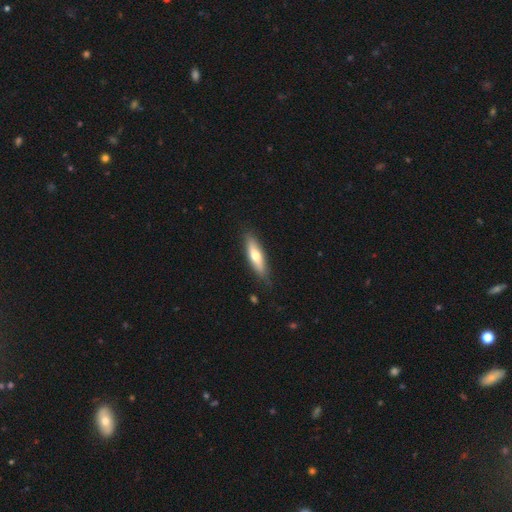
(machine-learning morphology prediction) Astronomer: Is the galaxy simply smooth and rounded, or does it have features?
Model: smooth — 60%.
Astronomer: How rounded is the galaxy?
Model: cigar-shaped — 58% (runner-up: in between, 40%).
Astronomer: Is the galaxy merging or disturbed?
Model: none — 83%.